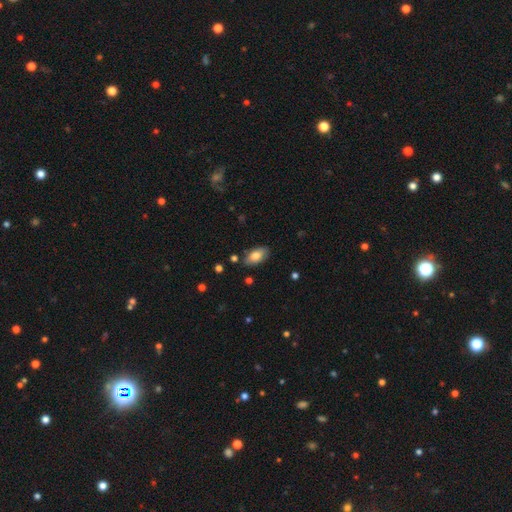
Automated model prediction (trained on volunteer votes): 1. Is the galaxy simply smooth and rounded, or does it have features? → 79% smooth, 14% featured or disk, 7% star or artifact.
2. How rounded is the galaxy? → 92% in between, 4% cigar-shaped, 3% round.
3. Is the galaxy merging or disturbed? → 82% none, 13% minor disturbance, 3% major disturbance, 2% merger.